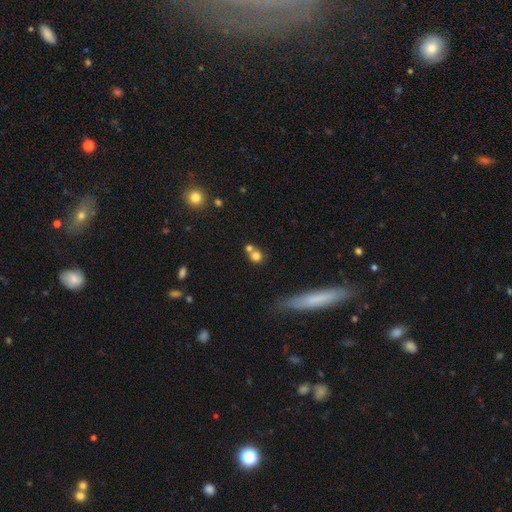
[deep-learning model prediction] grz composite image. It shows a smooth galaxy with no disk features (75%) that is round (81%). Merging: none (47%).